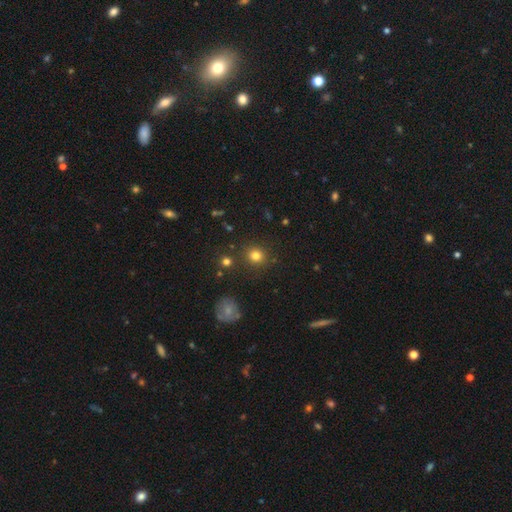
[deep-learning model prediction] Q: Smooth or featured?
A: smooth (79%); runner-up: star or artifact (15%)
Q: How rounded?
A: round (88%); runner-up: in between (11%)
Q: Merging?
A: none (87%); runner-up: minor disturbance (7%)